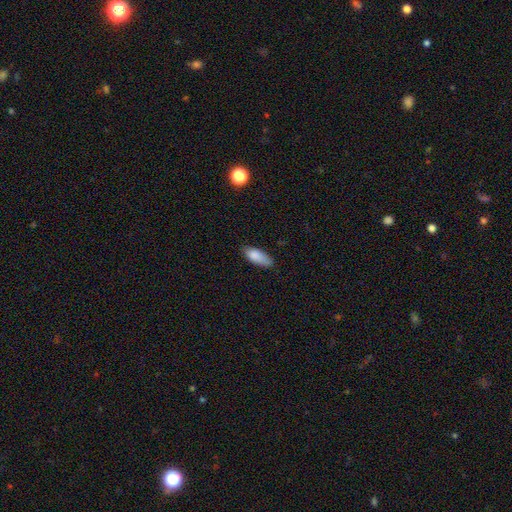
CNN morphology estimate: Smooth or featured? Predicted: smooth (p=0.86). How rounded? Predicted: in between (p=0.78). Merging? Predicted: none (p=0.72).